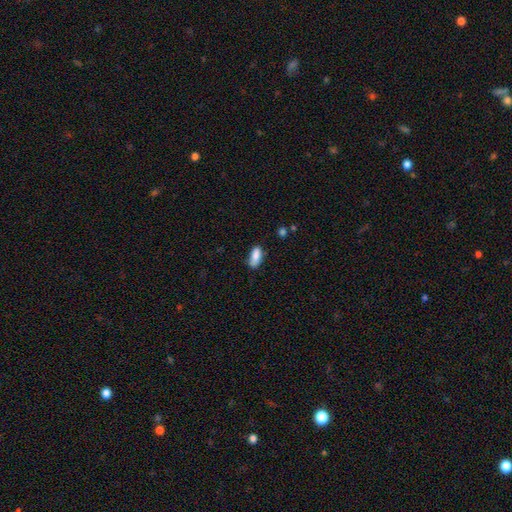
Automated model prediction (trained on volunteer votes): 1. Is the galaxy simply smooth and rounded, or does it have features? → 85% smooth, 8% featured or disk, 7% star or artifact.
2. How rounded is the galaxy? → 84% in between, 14% cigar-shaped, 3% round.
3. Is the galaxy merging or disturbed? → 65% none, 26% minor disturbance, 5% major disturbance, 3% merger.